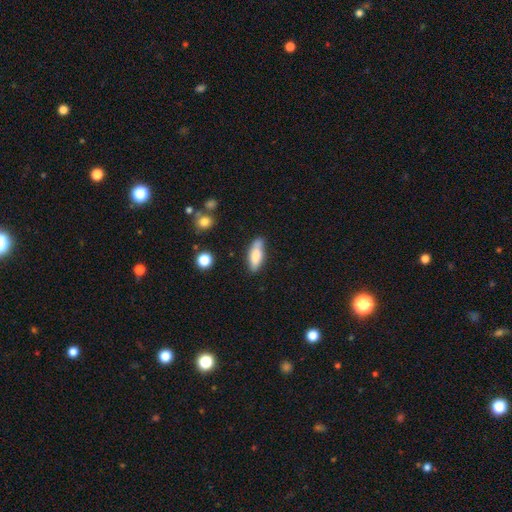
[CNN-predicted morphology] Smooth or featured? smooth (77%)
How rounded? in between (66%)
Merging? none (66%)